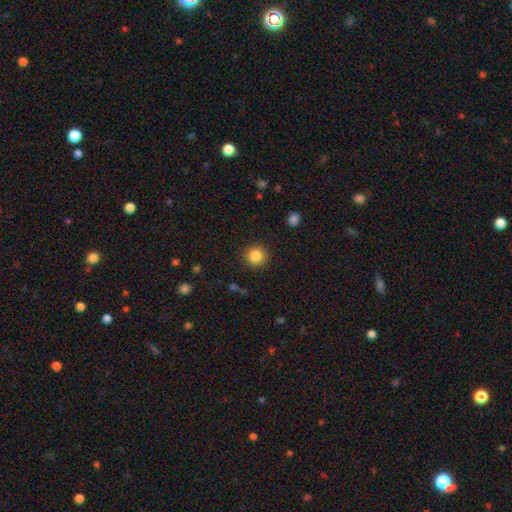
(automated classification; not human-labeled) Morphology: type=smooth (85%); roundness=round (94%); merging=none (90%).